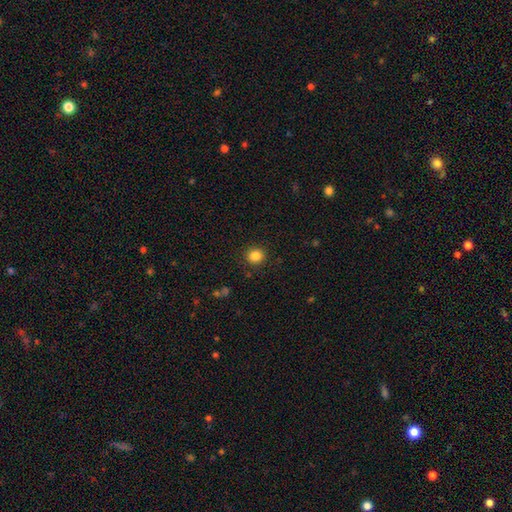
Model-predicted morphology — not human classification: A smooth galaxy with no disk features (84%) that is round (89%).

Vote fractions:
- Smooth or featured? smooth: 84% / star or artifact: 11% / featured or disk: 5%
- How rounded? round: 89% / in between: 10% / cigar-shaped: 1%
- Merging? none: 90% / minor disturbance: 6% / major disturbance: 2% / merger: 1%